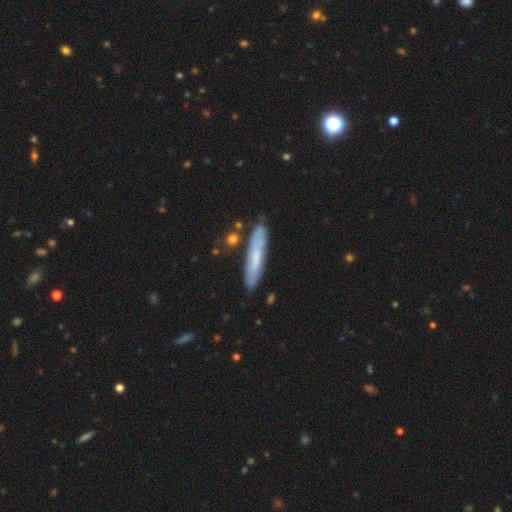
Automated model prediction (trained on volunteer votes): smooth-or-featured: smooth: 50% | featured or disk: 44% | star or artifact: 7%
  merging: none: 79% | minor disturbance: 14% | merger: 4% | major disturbance: 3%